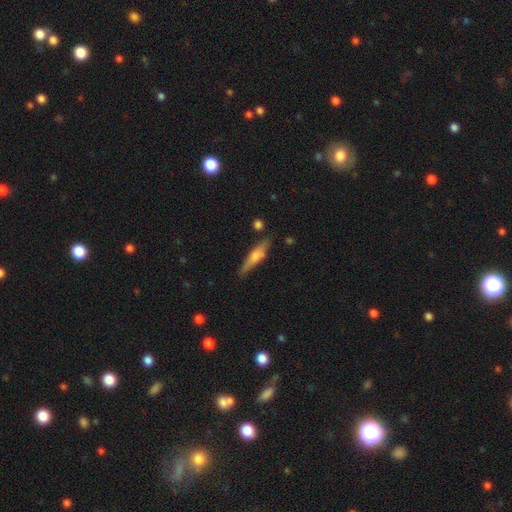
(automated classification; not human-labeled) Smooth or featured?
  - featured or disk: 50% *
  - smooth: 43%
  - star or artifact: 7%
Edge-on disk?
  - yes: 94% *
  - no: 6%
Merging?
  - none: 82% *
  - minor disturbance: 13%
  - merger: 3%
  - major disturbance: 3%